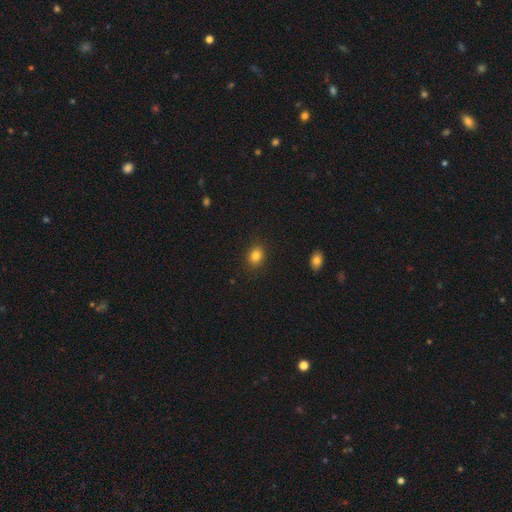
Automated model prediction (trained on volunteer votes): A smooth galaxy with no disk features (84%) that is round (51%). Merging: none (88%).